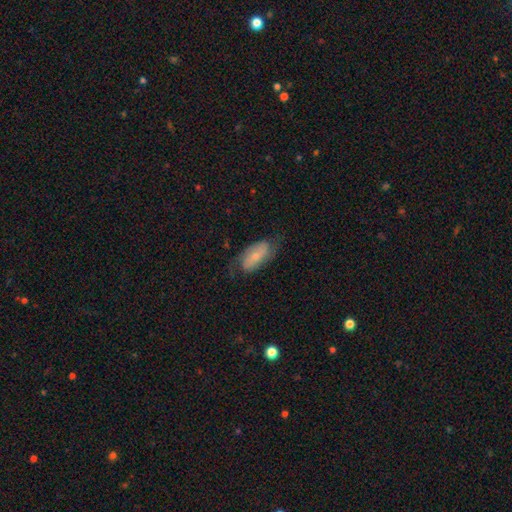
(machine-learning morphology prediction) Overall: featured or disk (60%; smooth 33%). Edge-on disk: no (93%). Bar: no (48%; weak 34%). Spiral arms: yes (87%). Bulge size: small (62%; moderate 29%). Merging: none (66%).